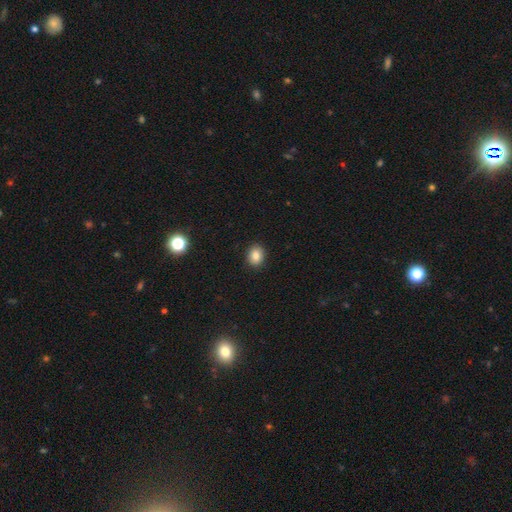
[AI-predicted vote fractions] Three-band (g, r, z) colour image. It shows a smooth galaxy with no disk features (83%) that is round (51%). Merging: none (91%).